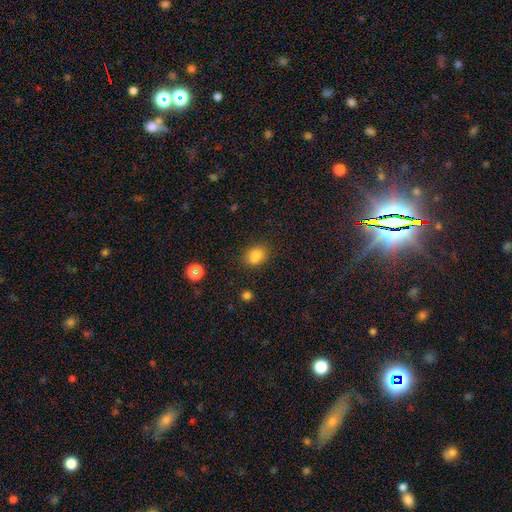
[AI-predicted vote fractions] Smooth or featured: smooth — 80% (star or artifact — 13%)
How rounded: in between — 55% (round — 44%)
Merging: none — 72% (minor disturbance — 16%)